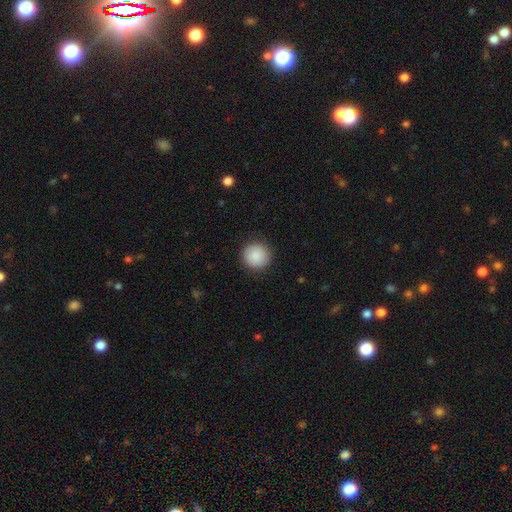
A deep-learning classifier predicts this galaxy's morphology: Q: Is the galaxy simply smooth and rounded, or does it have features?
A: smooth — 88%.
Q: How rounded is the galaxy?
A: round — 94%.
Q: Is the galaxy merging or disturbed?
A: none — 90%.